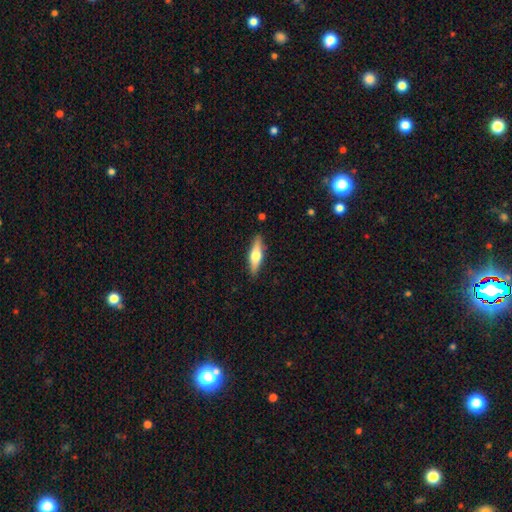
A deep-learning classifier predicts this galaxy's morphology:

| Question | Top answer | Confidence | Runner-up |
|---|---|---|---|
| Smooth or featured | featured or disk | 51% | smooth (43%) |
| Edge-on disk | yes | 93% | no (7%) |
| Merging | none | 88% | minor disturbance (9%) |